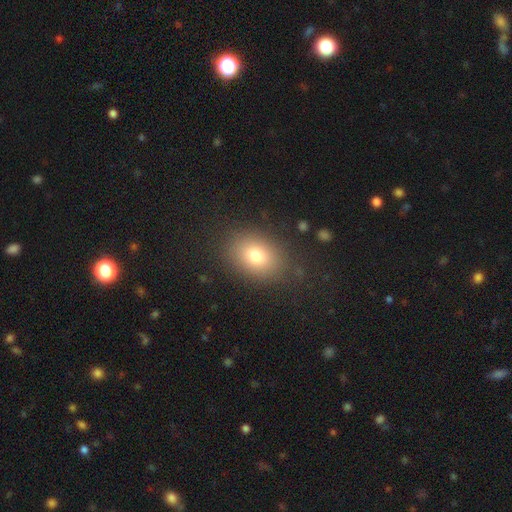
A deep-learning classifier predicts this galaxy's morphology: Overall: smooth (77%). How rounded: in between (68%; round 31%). Merging: none (83%).